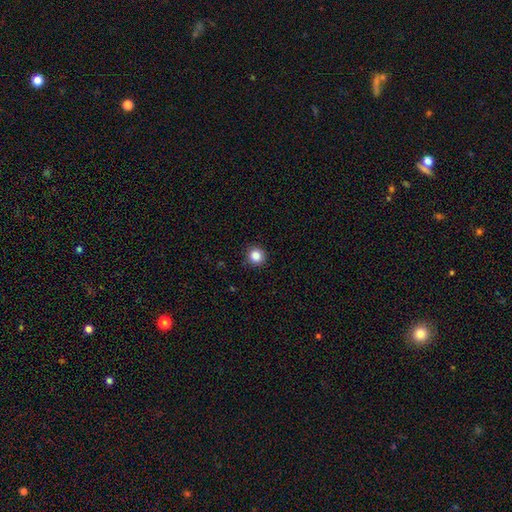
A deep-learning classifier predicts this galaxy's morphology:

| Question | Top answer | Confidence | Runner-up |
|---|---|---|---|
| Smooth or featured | smooth | 85% | star or artifact (11%) |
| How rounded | round | 93% | in between (6%) |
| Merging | none | 91% | minor disturbance (6%) |